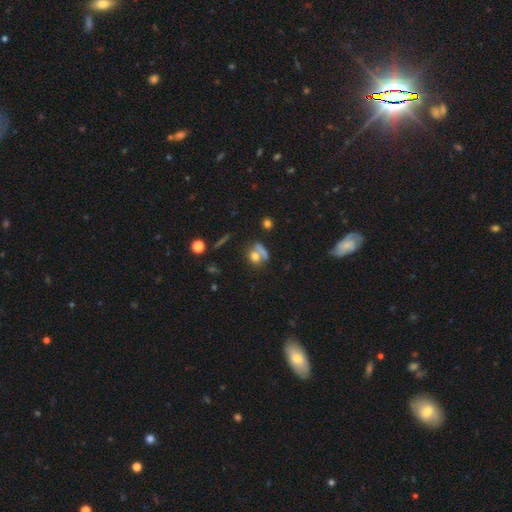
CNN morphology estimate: Q: Smooth or featured?
A: smooth (66%); runner-up: featured or disk (20%)
Q: How rounded?
A: round (61%); runner-up: in between (34%)
Q: Merging?
A: none (42%); runner-up: merger (33%)